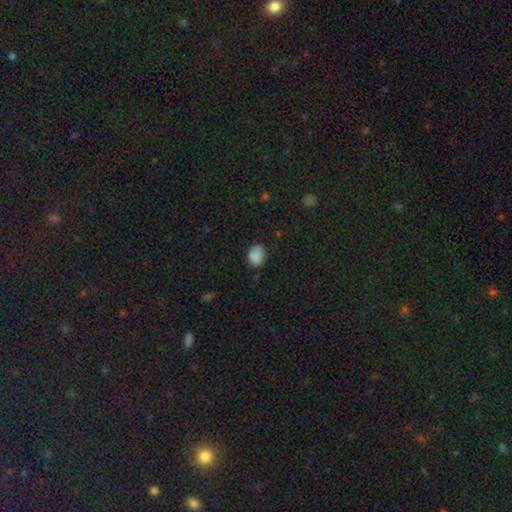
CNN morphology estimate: Smooth or featured?
  - smooth: 86% *
  - star or artifact: 9%
  - featured or disk: 4%
How rounded?
  - in between: 53% *
  - round: 46%
  - cigar-shaped: 1%
Merging?
  - none: 74% *
  - minor disturbance: 20%
  - major disturbance: 4%
  - merger: 1%